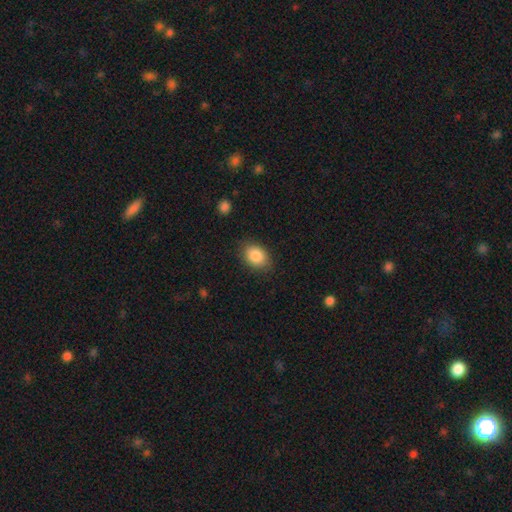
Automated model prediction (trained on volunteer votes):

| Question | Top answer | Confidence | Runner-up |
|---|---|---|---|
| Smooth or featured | smooth | 87% | star or artifact (7%) |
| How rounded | in between | 77% | round (22%) |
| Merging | none | 83% | minor disturbance (12%) |